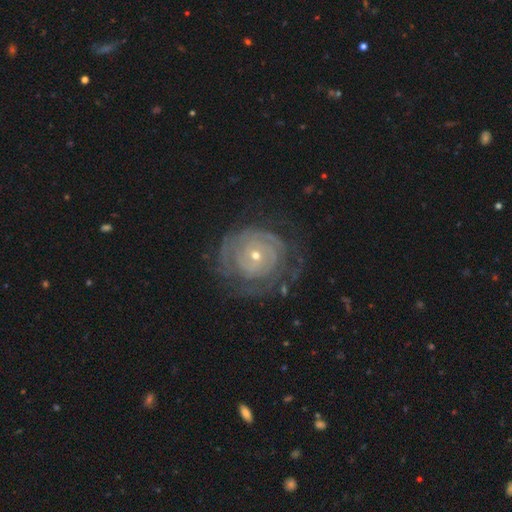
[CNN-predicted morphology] The model was most divided on "spiral arm count": can't tell: 43%, 2: 20%, 3: 13%, 4: 10%, more than 4: 7%, 1: 6%. More confident: edge-on disk — no (97%); spiral arms — yes (91%); smooth or featured — featured or disk (84%); spiral winding — tight (82%); bar — no (77%); merging — none (68%); bulge size — small (67%).